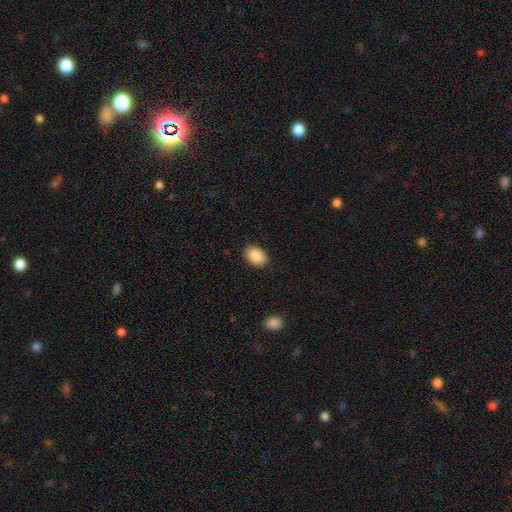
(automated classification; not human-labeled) Smooth or featured: smooth — 89% (star or artifact — 7%)
How rounded: in between — 83% (round — 16%)
Merging: none — 88% (minor disturbance — 9%)